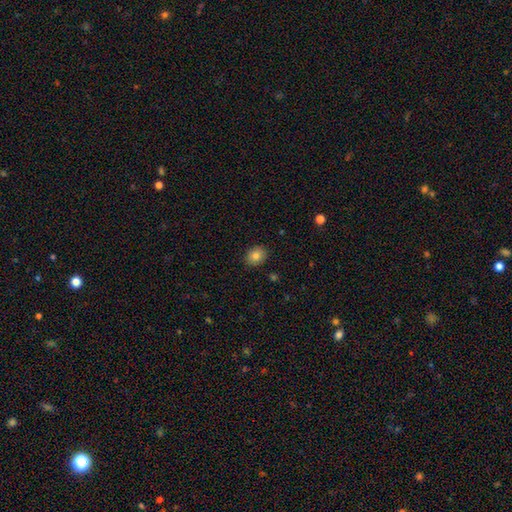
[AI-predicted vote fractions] This is clearly a smooth galaxy (82%). How rounded: possibly round (58%). Merging: clearly none (88%).